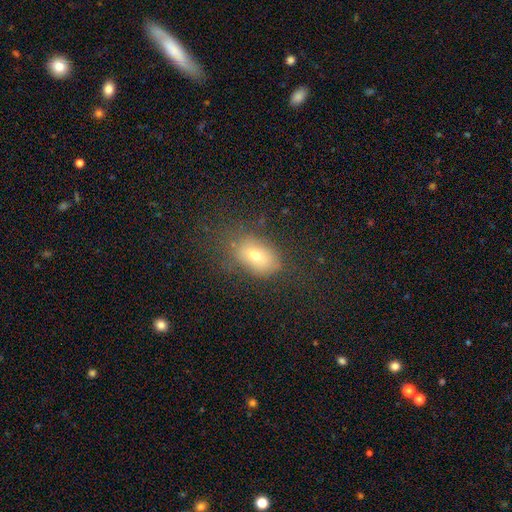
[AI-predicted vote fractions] The model was most divided on "merging": none: 63%, minor disturbance: 22%, major disturbance: 13%, merger: 2%. More confident: how rounded — in between (82%); smooth or featured — smooth (69%).